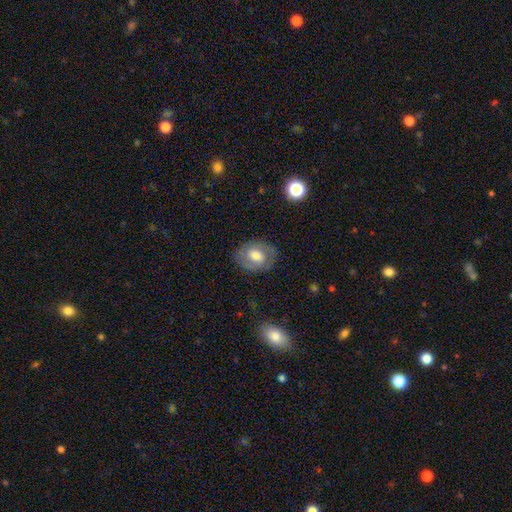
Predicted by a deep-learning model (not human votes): Smooth or featured? smooth (55%)
How rounded? in between (63%)
Merging? none (81%)